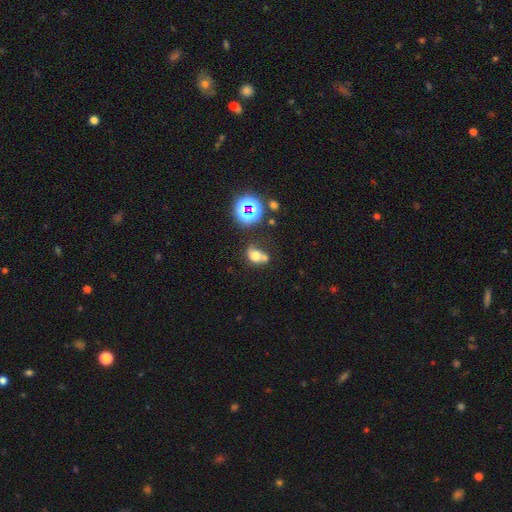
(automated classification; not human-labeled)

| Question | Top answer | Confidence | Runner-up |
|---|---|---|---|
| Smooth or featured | smooth | 57% | featured or disk (25%) |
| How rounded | in between | 60% | round (38%) |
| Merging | merger | 34% | none (31%) |